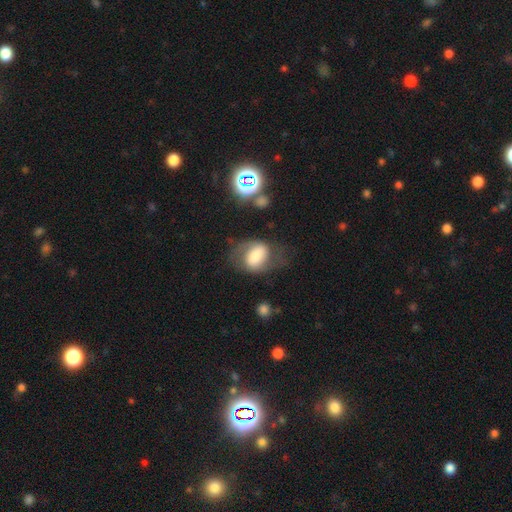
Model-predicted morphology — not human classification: Smooth or featured? Predicted: smooth (p=0.50). How rounded? Predicted: in between (p=0.71). Merging? Predicted: none (p=0.54).